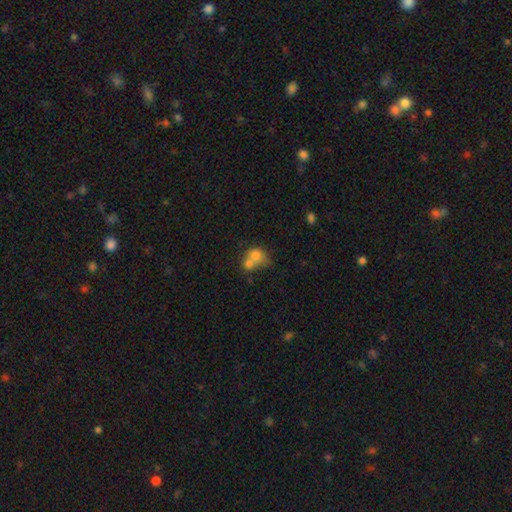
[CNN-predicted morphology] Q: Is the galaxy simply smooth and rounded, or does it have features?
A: smooth — 72%.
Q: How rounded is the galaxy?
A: round — 61%.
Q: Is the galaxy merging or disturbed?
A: merger — 64%.